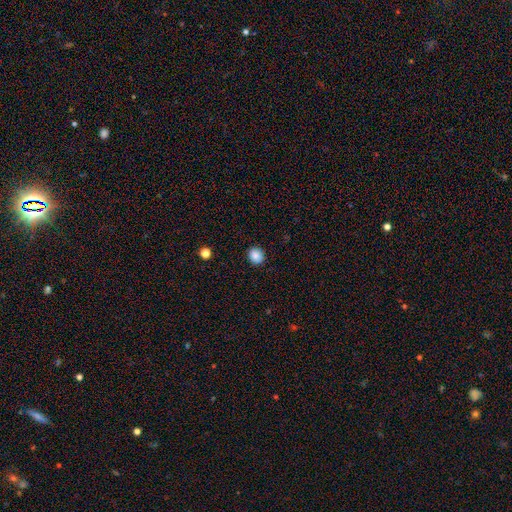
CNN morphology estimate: A smooth galaxy with no disk features (86%) that is round (79%).

Vote fractions:
- Smooth or featured? smooth: 86% / star or artifact: 10% / featured or disk: 4%
- How rounded? round: 79% / in between: 20% / cigar-shaped: 1%
- Merging? none: 90% / minor disturbance: 7% / major disturbance: 2% / merger: 1%